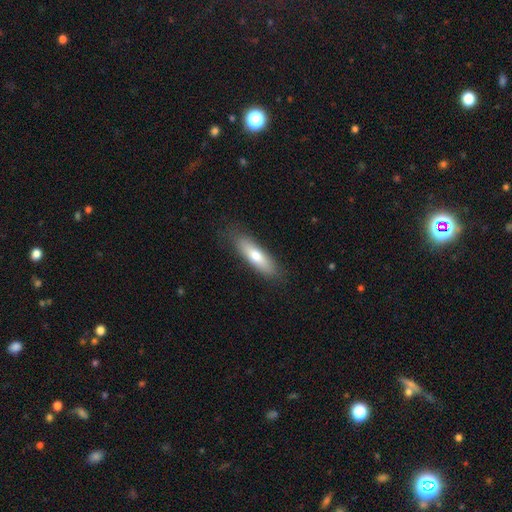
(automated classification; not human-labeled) Smooth or featured? smooth (70%)
How rounded? cigar-shaped (61%)
Merging? none (83%)